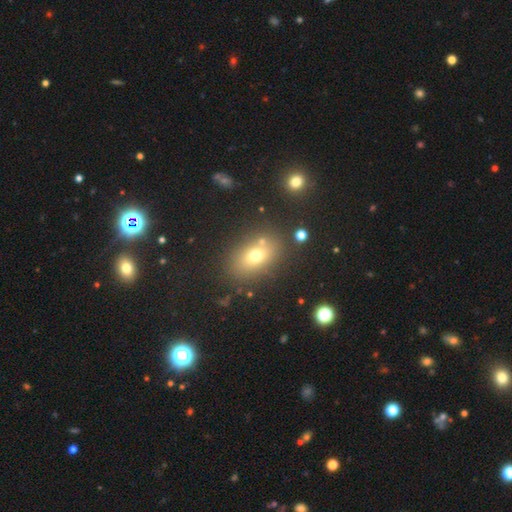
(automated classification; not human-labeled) Smooth or featured? Predicted: smooth (p=0.67). How rounded? Predicted: in between (p=0.73). Merging? Predicted: none (p=0.77).